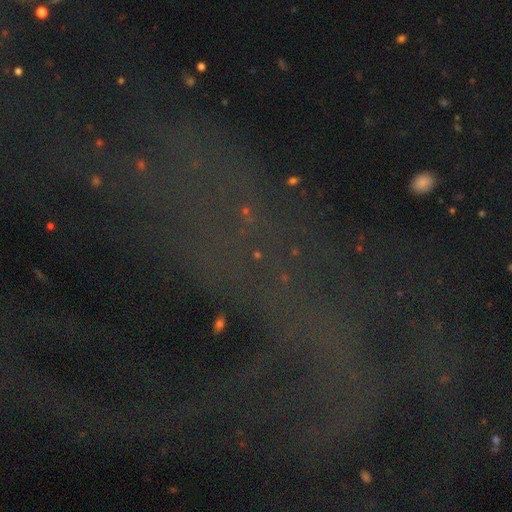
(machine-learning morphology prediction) Smooth or featured: star or artifact — 64% (featured or disk — 21%)